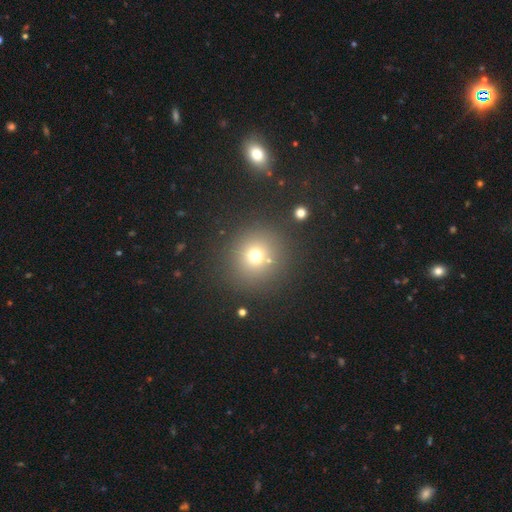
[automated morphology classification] The model was most divided on "smooth or featured": smooth: 70%, star or artifact: 20%, featured or disk: 10%. More confident: how rounded — round (92%); merging — none (84%).